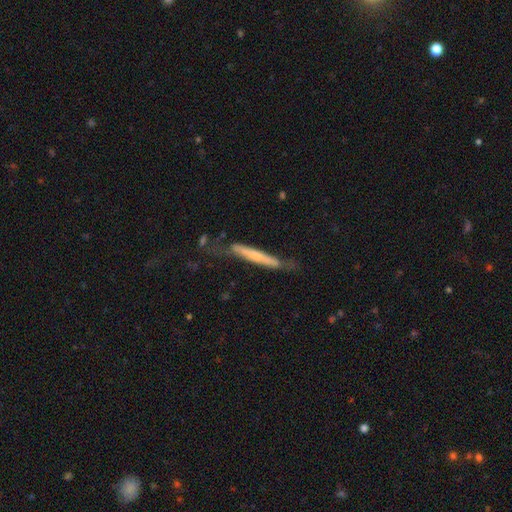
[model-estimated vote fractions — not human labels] This is possibly a featured or disk galaxy (50%). Merging: possibly none (58%).